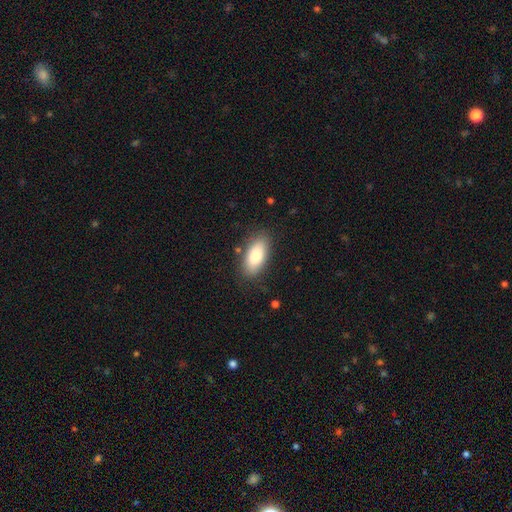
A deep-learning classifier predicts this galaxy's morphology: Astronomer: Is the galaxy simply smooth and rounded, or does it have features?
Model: smooth — 84%.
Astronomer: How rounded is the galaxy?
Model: in between — 88%.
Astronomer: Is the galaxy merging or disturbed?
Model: none — 83%.